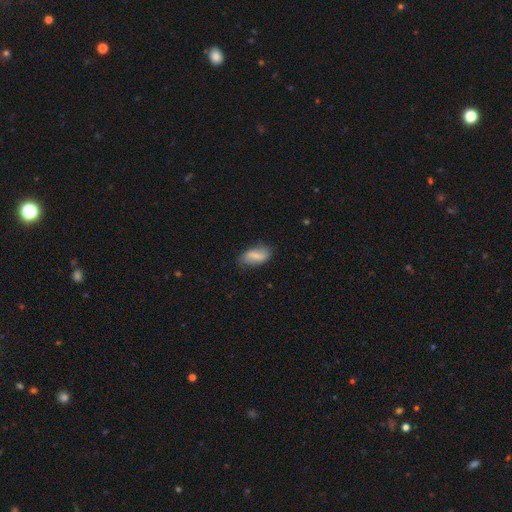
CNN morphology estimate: This is possibly a smooth galaxy (59%). How rounded: clearly in between (87%). Merging: likely none (71%).